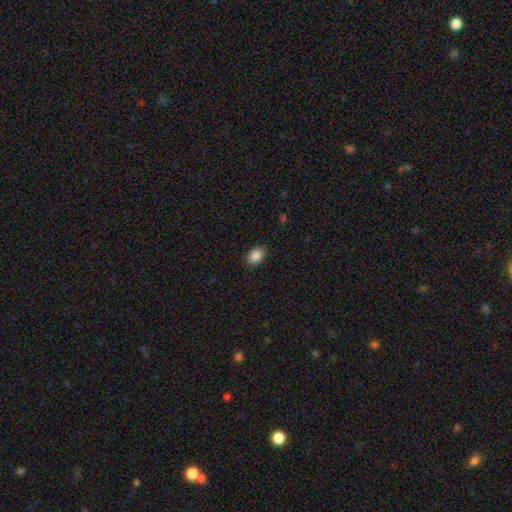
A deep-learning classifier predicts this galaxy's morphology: A smooth galaxy with no disk features (88%) that is in between round and cigar-shaped (85%).

Vote fractions:
- Smooth or featured? smooth: 88% / star or artifact: 8% / featured or disk: 4%
- How rounded? in between: 85% / round: 14% / cigar-shaped: 1%
- Merging? none: 88% / minor disturbance: 9% / major disturbance: 2% / merger: 1%